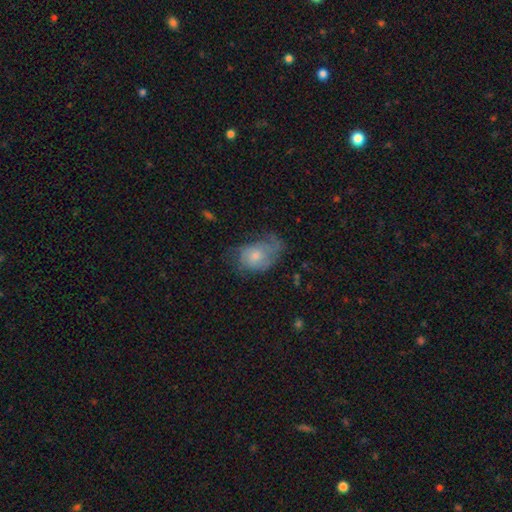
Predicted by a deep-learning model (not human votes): A smooth galaxy with no disk features (55%) that is in between round and cigar-shaped (80%). Merging: none (38%).